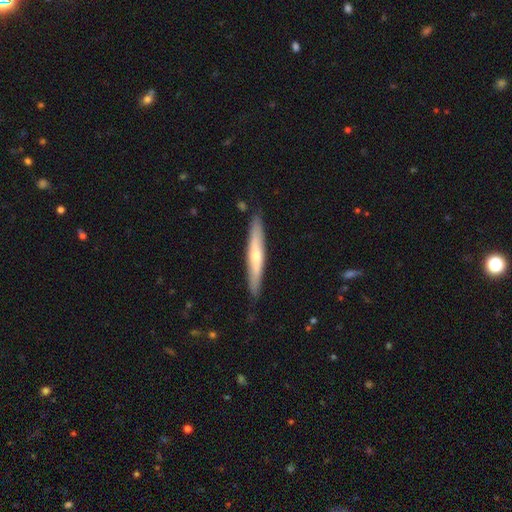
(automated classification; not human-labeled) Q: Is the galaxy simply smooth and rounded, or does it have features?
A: featured or disk — 48%.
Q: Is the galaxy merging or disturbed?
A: none — 88%.